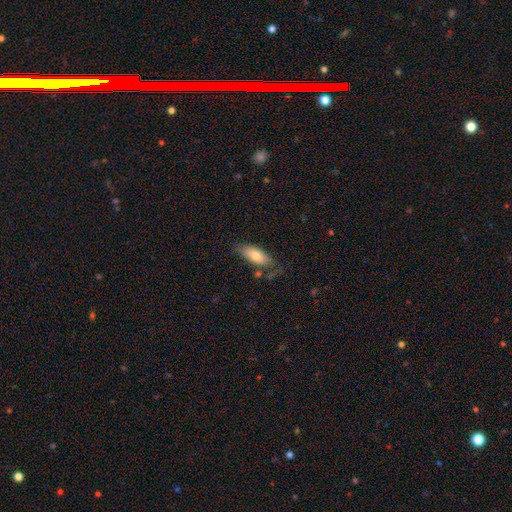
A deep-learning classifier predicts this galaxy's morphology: Overall: smooth (74%). How rounded: in between (78%). Merging: none (68%).